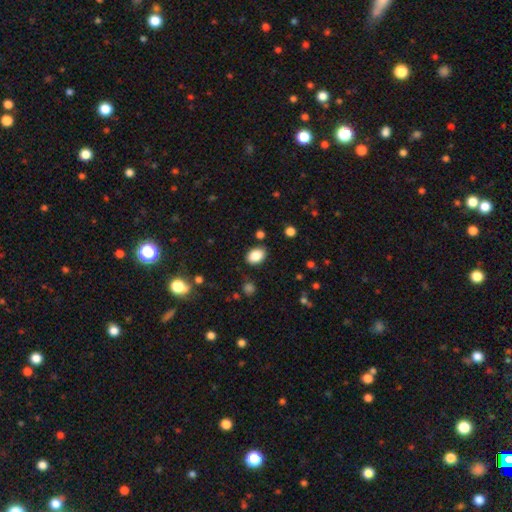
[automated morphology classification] smooth_or_featured: smooth (p=0.86) [alt: star or artifact p=0.09]
how_rounded: in between (p=0.78) [alt: round p=0.21]
merging: none (p=0.85) [alt: minor disturbance p=0.10]